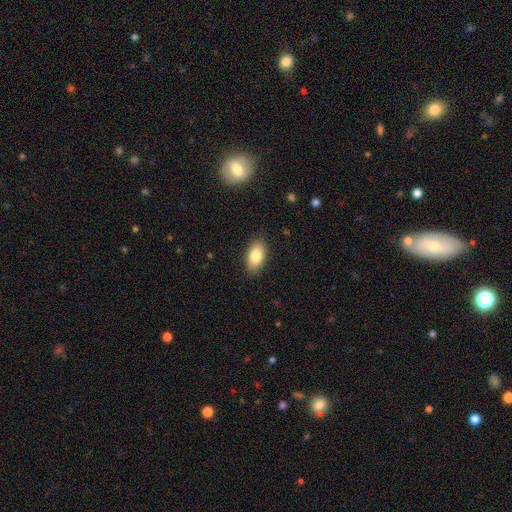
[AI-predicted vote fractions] Overall: smooth (81%). How rounded: in between (92%). Merging: none (87%).